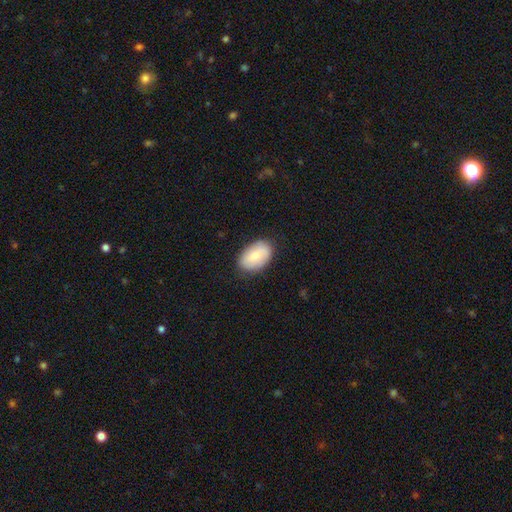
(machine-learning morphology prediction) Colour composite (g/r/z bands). It shows a smooth galaxy with no disk features (79%) that is in between round and cigar-shaped (91%). Merging: none (83%).